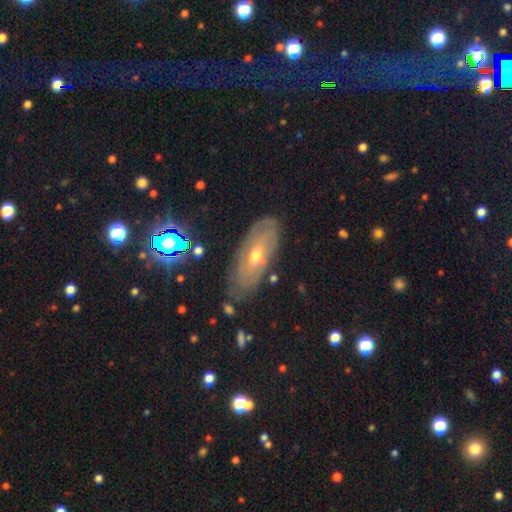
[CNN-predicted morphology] Q: Smooth or featured?
A: featured or disk (62%); runner-up: smooth (24%)
Q: Edge-on disk?
A: no (77%); runner-up: yes (23%)
Q: Merging?
A: none (80%); runner-up: minor disturbance (14%)